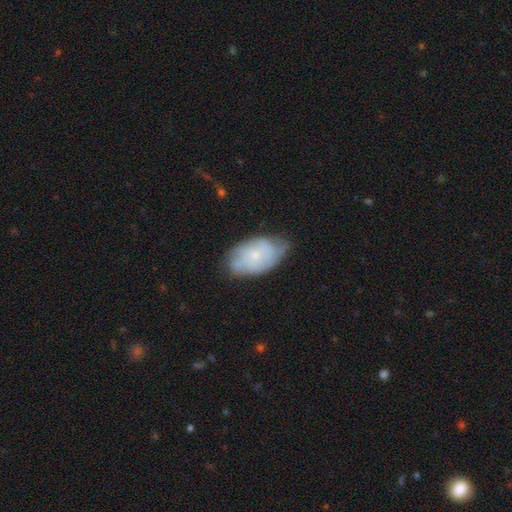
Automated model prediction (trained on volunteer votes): featured or disk 47%, smooth 46%, star or artifact 8%. Down the decision tree: merging — none (57%).